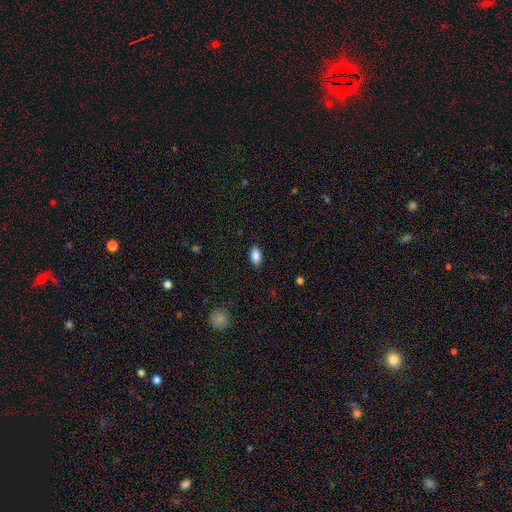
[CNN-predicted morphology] A smooth galaxy with no disk features (87%) that is in between round and cigar-shaped (91%). Merging: none (86%).